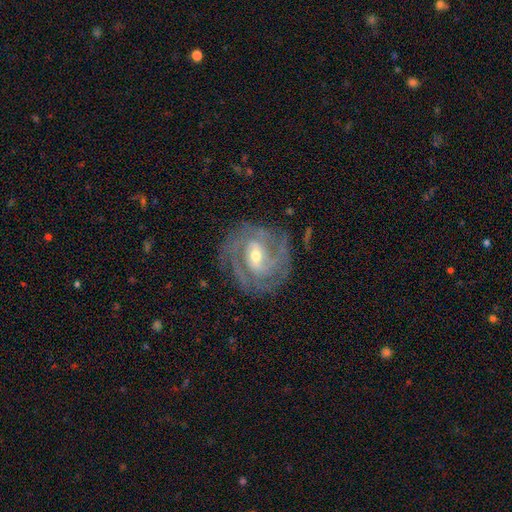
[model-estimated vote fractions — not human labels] featured or disk 88%, smooth 7%, star or artifact 5%. Down the decision tree: edge-on disk — no (97%); bar — weak (49%); spiral arms — yes (96%); spiral arm count — 2 (36%); spiral winding — tight (60%); bulge size — moderate (56%); merging — none (78%).